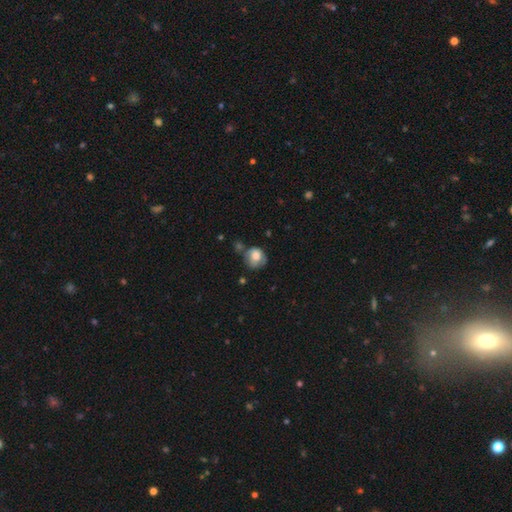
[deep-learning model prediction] Smooth or featured? Predicted: smooth (p=0.71). How rounded? Predicted: round (p=0.73). Merging? Predicted: none (p=0.46).